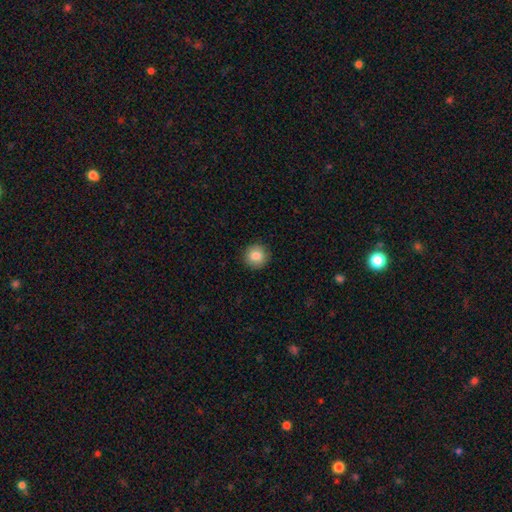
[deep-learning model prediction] smooth_or_featured: smooth (p=0.85) [alt: star or artifact p=0.09]
how_rounded: round (p=0.93) [alt: in between p=0.06]
merging: none (p=0.90) [alt: minor disturbance p=0.07]